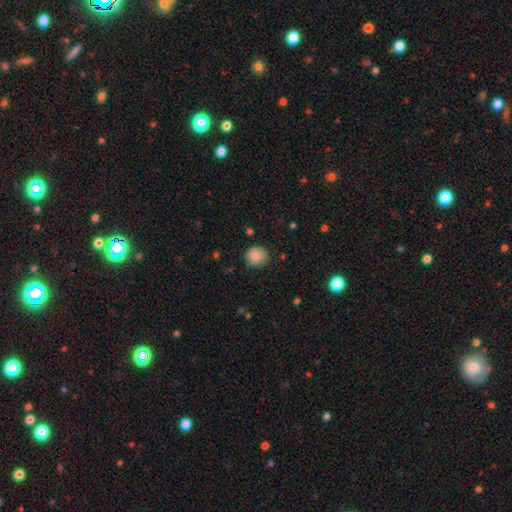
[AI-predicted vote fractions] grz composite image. It shows a smooth galaxy with no disk features (84%) that is round (90%). Merging: none (83%).